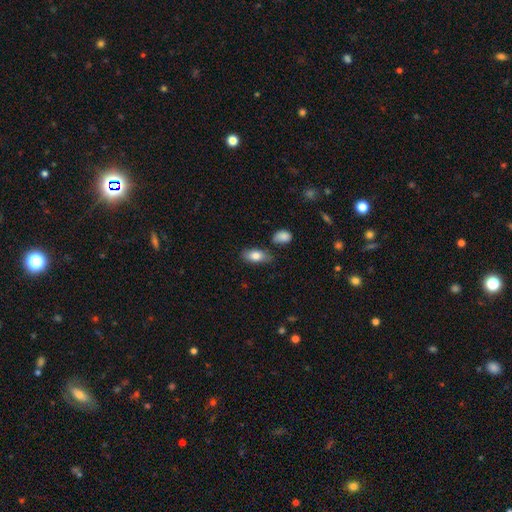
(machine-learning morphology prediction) type=smooth (80%); roundness=in between (90%); merging=none (72%).